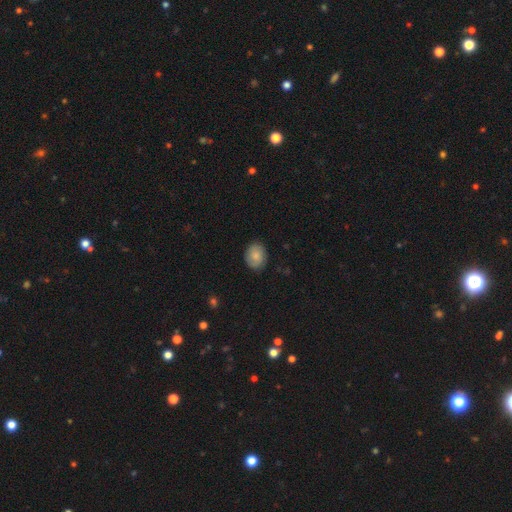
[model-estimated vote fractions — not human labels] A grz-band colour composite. It shows a smooth galaxy with no disk features (74%) that is in between round and cigar-shaped (51%). Merging: none (84%).